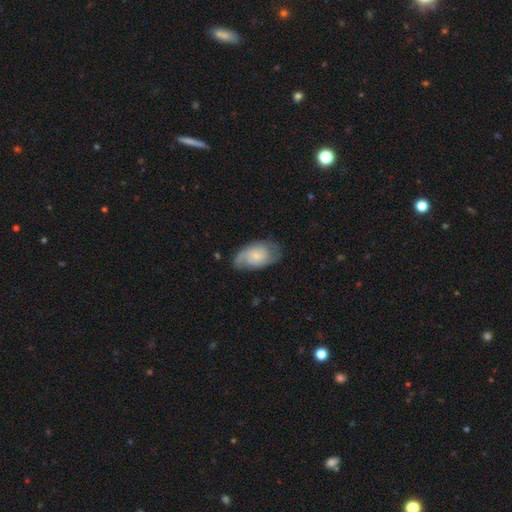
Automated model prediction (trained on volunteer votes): featured or disk 55%, smooth 39%, star or artifact 6%. Down the decision tree: edge-on disk — no (95%); bar — no (70%); spiral arms — yes (87%); bulge size — small (62%); merging — none (68%).